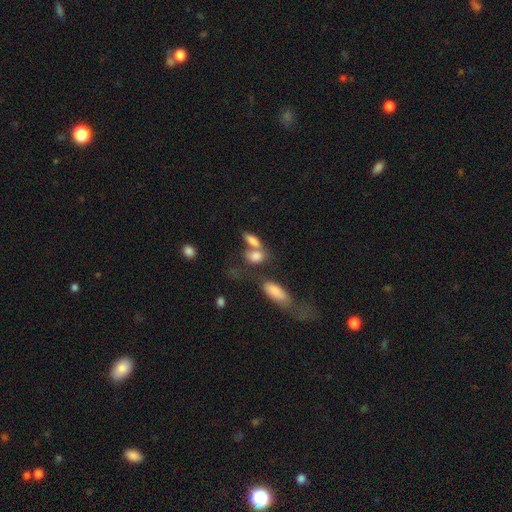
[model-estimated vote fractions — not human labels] This is likely a smooth galaxy (78%). How rounded: likely in between (79%). Merging: possibly merger (51%).